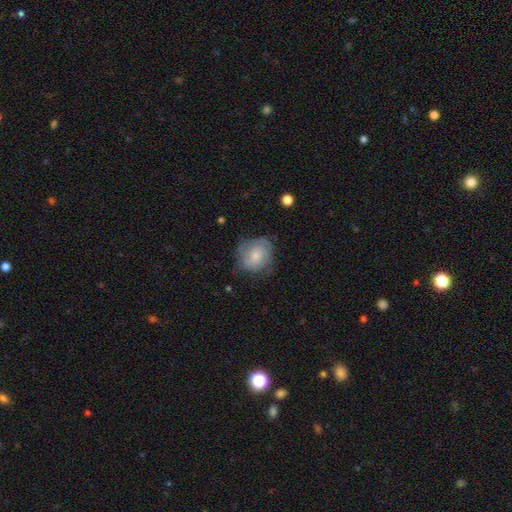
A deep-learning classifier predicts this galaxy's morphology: Smooth or featured? Predicted: smooth (p=0.47). Merging? Predicted: none (p=0.58).